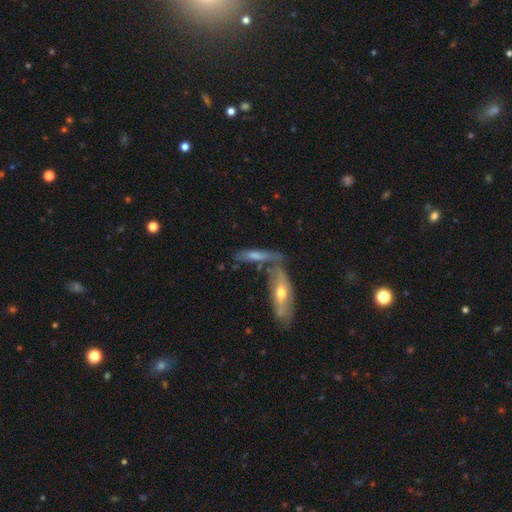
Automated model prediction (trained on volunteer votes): The model was most divided on "merging": none: 43%, merger: 37%, minor disturbance: 14%, major disturbance: 6%. More confident: how rounded — cigar-shaped (66%); smooth or featured — smooth (52%).